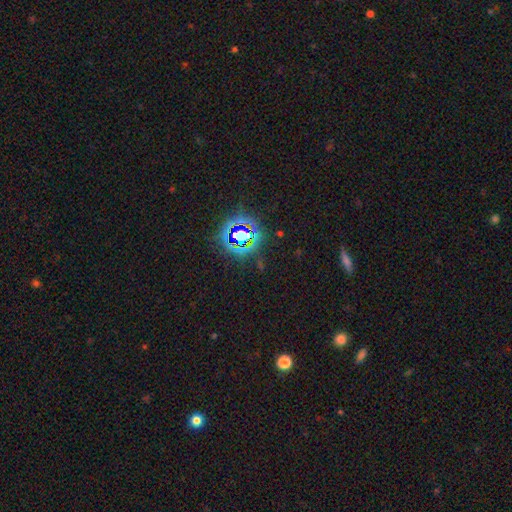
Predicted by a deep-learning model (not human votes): This is likely a star or artifact rather than a galaxy (75%).